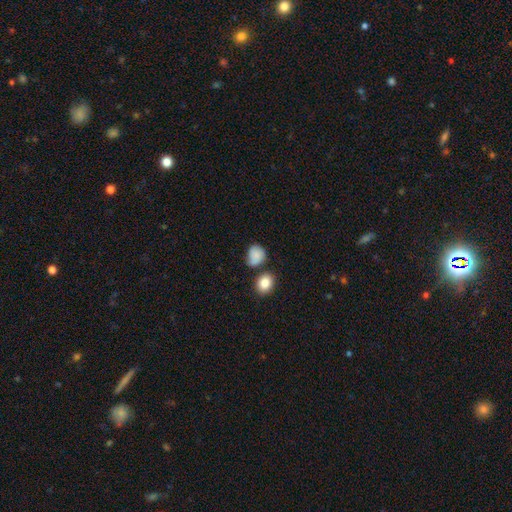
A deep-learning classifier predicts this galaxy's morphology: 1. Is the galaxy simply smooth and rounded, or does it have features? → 83% smooth, 9% star or artifact, 8% featured or disk.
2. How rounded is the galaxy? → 59% round, 40% in between, 1% cigar-shaped.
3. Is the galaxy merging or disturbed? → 55% none, 25% minor disturbance, 13% merger, 7% major disturbance.